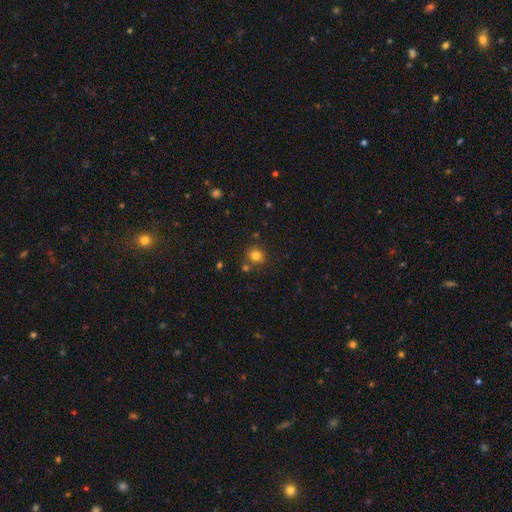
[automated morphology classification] Smooth or featured?
  - smooth: 79% *
  - star or artifact: 14%
  - featured or disk: 7%
How rounded?
  - round: 75% *
  - in between: 24%
  - cigar-shaped: 1%
Merging?
  - none: 76% *
  - minor disturbance: 11%
  - merger: 10%
  - major disturbance: 3%